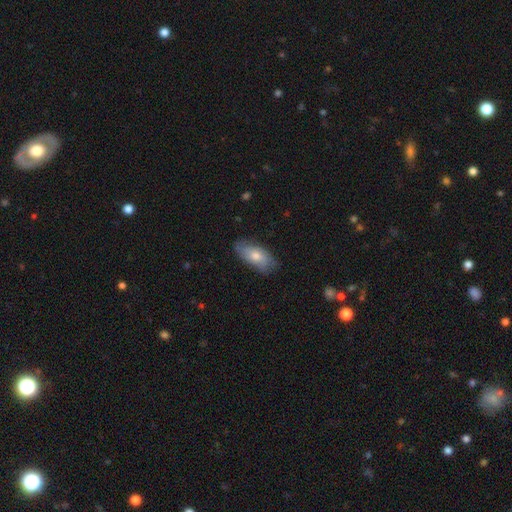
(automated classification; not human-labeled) smooth-or-featured: smooth: 62% | featured or disk: 32% | star or artifact: 7%
  how-rounded: in between: 88% | cigar-shaped: 9% | round: 3%
  merging: none: 77% | minor disturbance: 19% | major disturbance: 4% | merger: 1%